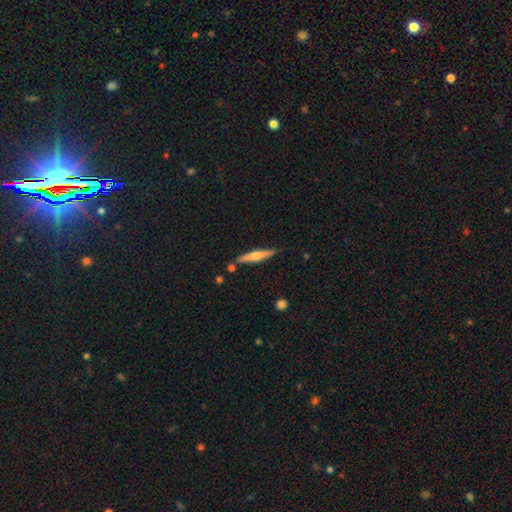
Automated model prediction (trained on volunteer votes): Overall: featured or disk (51%; smooth 43%). Edge-on disk: yes (96%). Merging: none (85%).